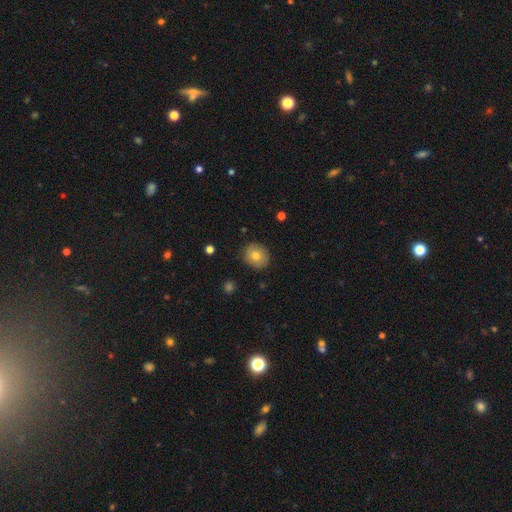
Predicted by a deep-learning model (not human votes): Smooth or featured: smooth — 75% (featured or disk — 16%)
How rounded: round — 78% (in between — 21%)
Merging: none — 86% (minor disturbance — 10%)